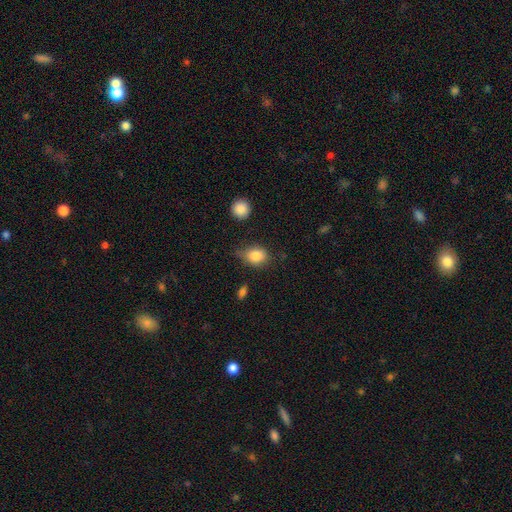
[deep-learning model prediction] Smooth or featured? smooth (83%)
How rounded? in between (55%)
Merging? none (58%)